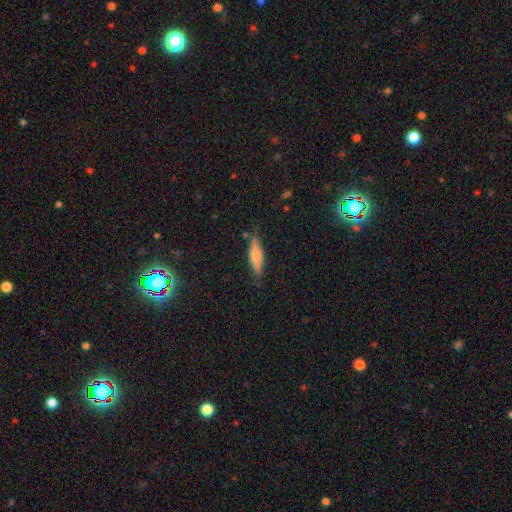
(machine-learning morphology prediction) Smooth or featured? Predicted: smooth (p=0.70). How rounded? Predicted: cigar-shaped (p=0.65). Merging? Predicted: none (p=0.76).